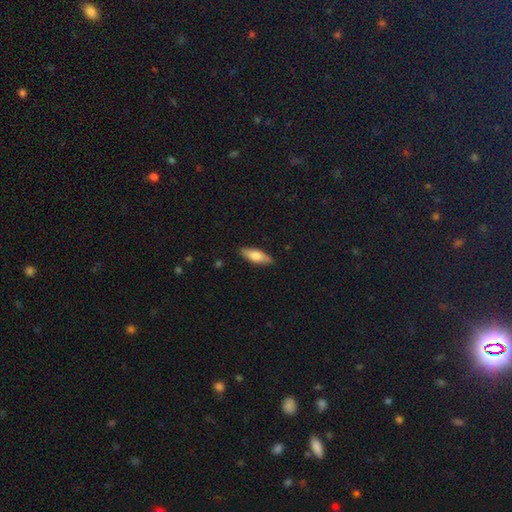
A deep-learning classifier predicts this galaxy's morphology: This appears to be a smooth galaxy with no disk features (71%) that is in between round and cigar-shaped (65%). Merging: none (85%).